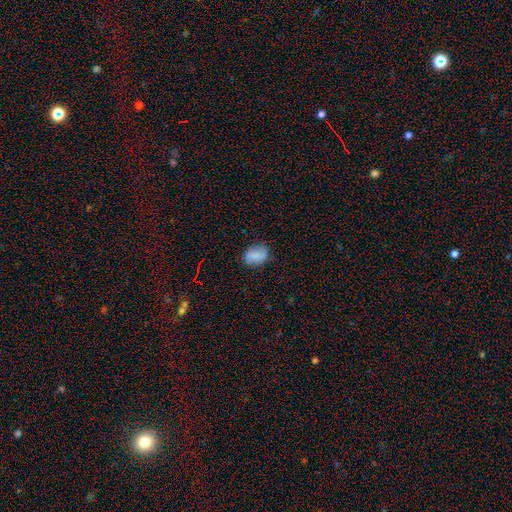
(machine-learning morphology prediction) A smooth galaxy with no disk features (78%) that is in between round and cigar-shaped (72%). Merging: none (73%).